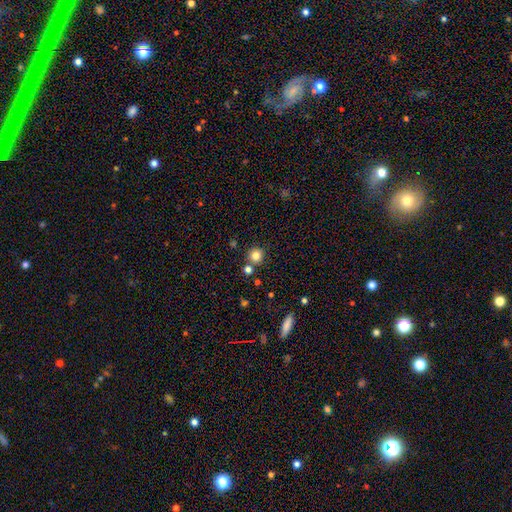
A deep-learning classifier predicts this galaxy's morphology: type=smooth (81%); roundness=round (92%); merging=none (78%).